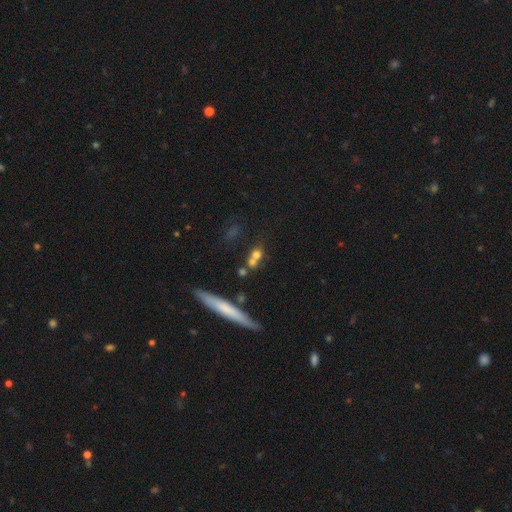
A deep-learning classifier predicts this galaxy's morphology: A smooth galaxy with no disk features (64%) that is round (54%). Merging: none (44%).